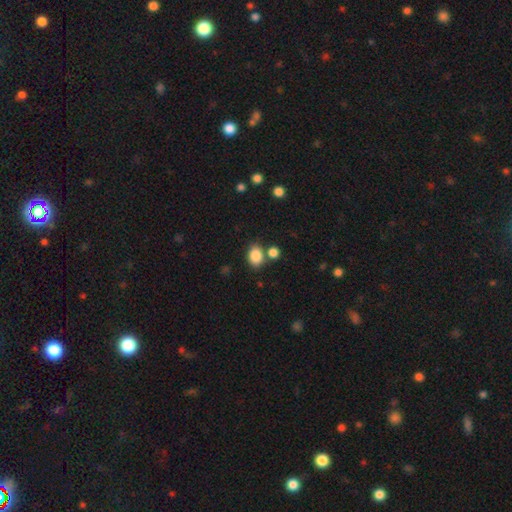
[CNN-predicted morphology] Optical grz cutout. It shows a smooth galaxy with no disk features (86%) that is in between round and cigar-shaped (63%). Merging: none (67%).